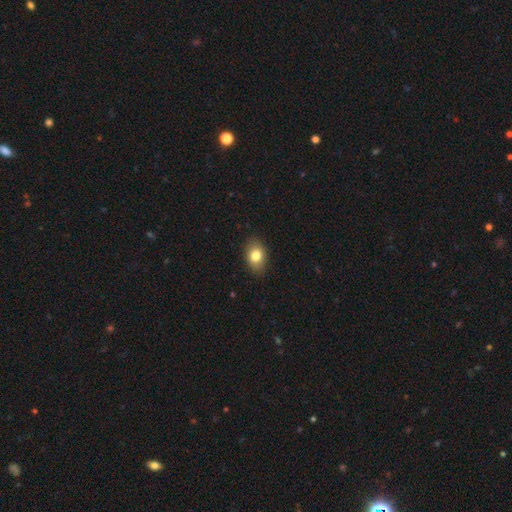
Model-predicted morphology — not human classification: A smooth galaxy with no disk features (81%) that is in between round and cigar-shaped (79%). Merging: none (87%).